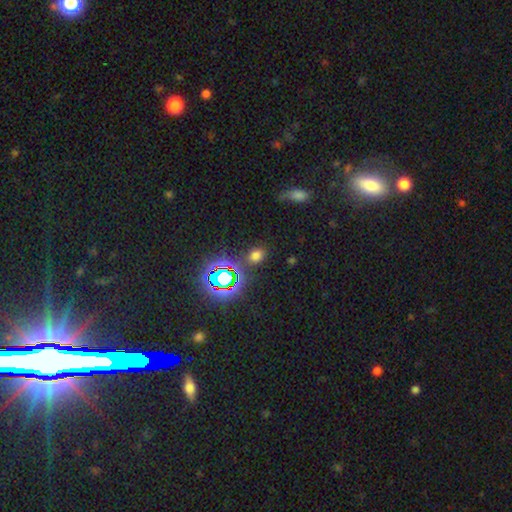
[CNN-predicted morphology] Q: Smooth or featured?
A: smooth (62%); runner-up: star or artifact (31%)
Q: How rounded?
A: in between (54%); runner-up: round (44%)
Q: Merging?
A: none (83%); runner-up: minor disturbance (10%)